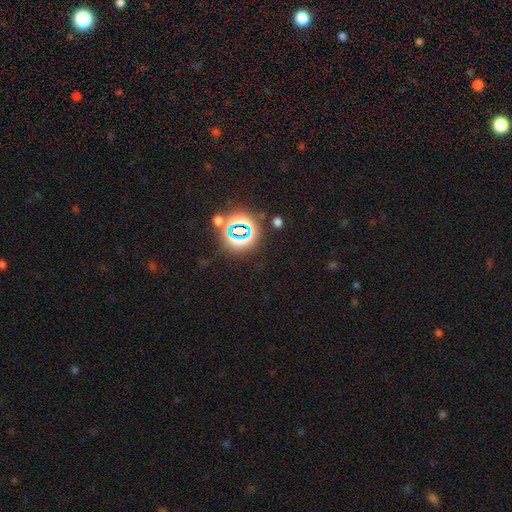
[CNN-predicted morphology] The model was most divided on "smooth or featured": star or artifact: 80%, smooth: 13%, featured or disk: 7%.